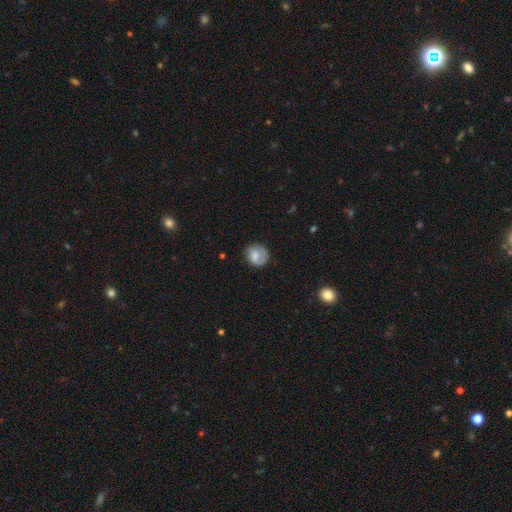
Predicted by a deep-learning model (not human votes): smooth_or_featured: smooth (p=0.67) [alt: featured or disk p=0.26]
how_rounded: round (p=0.79) [alt: in between p=0.20]
merging: none (p=0.69) [alt: minor disturbance p=0.20]